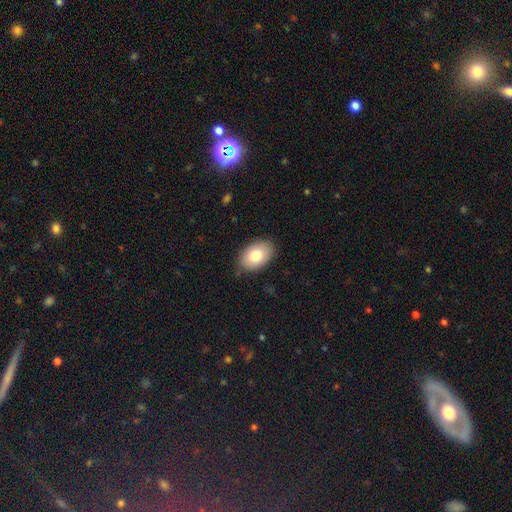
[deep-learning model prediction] Smooth or featured?
  - smooth: 79% *
  - featured or disk: 14%
  - star or artifact: 7%
How rounded?
  - in between: 89% *
  - round: 10%
  - cigar-shaped: 1%
Merging?
  - none: 85% *
  - minor disturbance: 12%
  - major disturbance: 2%
  - merger: 1%